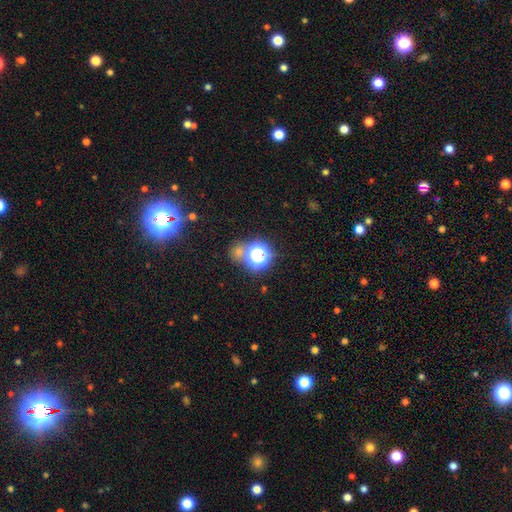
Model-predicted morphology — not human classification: Smooth or featured? star or artifact (46%)